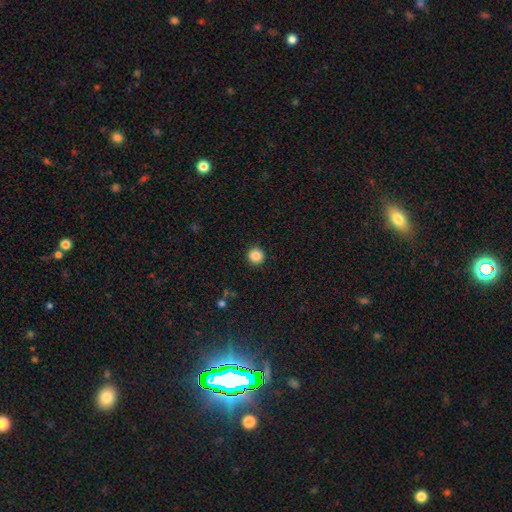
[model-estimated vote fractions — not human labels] Smooth or featured?
  - smooth: 86% *
  - star or artifact: 10%
  - featured or disk: 4%
How rounded?
  - round: 95% *
  - in between: 4%
  - cigar-shaped: 1%
Merging?
  - none: 93% *
  - minor disturbance: 4%
  - major disturbance: 2%
  - merger: 1%